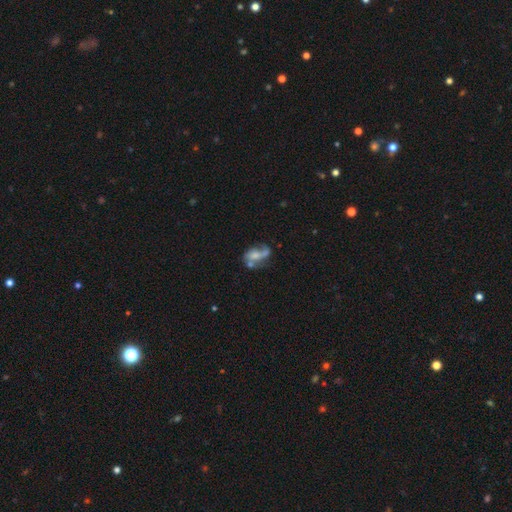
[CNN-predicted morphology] A featured or disk galaxy (61%) with no bar (59%), spiral arms (75%) and a small central bulge (37%).

Vote fractions:
- Smooth or featured? featured or disk: 61% / smooth: 29% / star or artifact: 10%
- Edge-on disk? no: 95% / yes: 5%
- Bar? no: 59% / weak: 30% / strong: 11%
- Spiral arms? yes: 75% / no: 25%
- Bulge size? small: 37% / moderate: 33% / none: 20% / large: 7% / dominant: 2%
- Merging? none: 35% / major disturbance: 24% / minor disturbance: 20% / merger: 20%